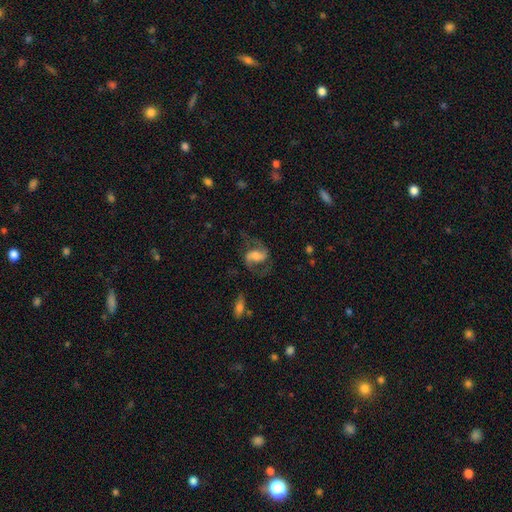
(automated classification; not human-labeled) This appears to be a featured or disk galaxy (79%) with a weak bar (44%), 2 (91%) medium (49%) spiral arms (94%) and a moderate central bulge (40%). Merging: none (67%).